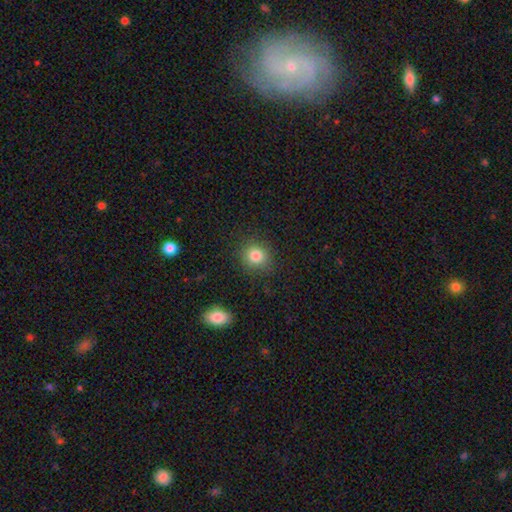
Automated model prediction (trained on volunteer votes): Smooth or featured: smooth — 82% (star or artifact — 12%)
How rounded: round — 88% (in between — 11%)
Merging: none — 88% (minor disturbance — 8%)